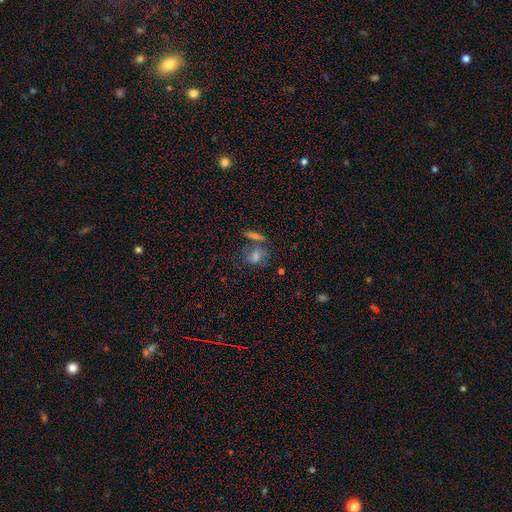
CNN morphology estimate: smooth 51%, featured or disk 25%, star or artifact 24%. Down the decision tree: how rounded — in between (54%); merging — none (53%).